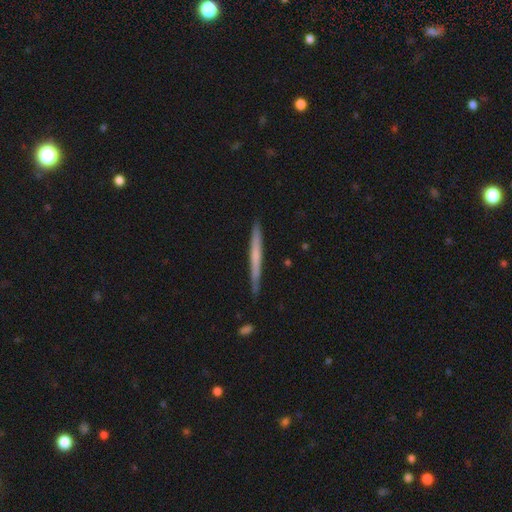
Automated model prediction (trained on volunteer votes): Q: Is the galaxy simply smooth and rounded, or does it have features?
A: smooth — 49%.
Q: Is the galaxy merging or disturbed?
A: none — 88%.